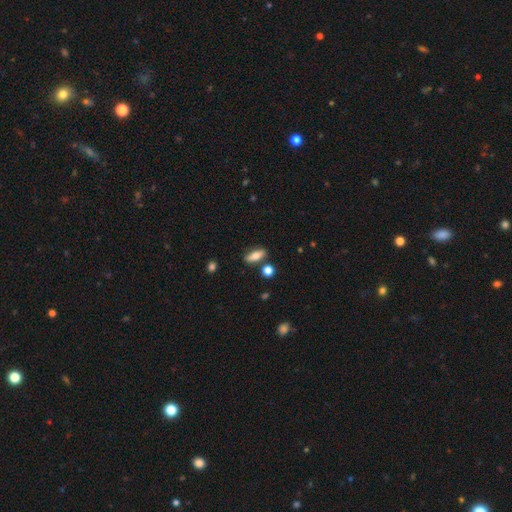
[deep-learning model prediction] Smooth or featured? smooth (70%)
How rounded? in between (66%)
Merging? none (80%)